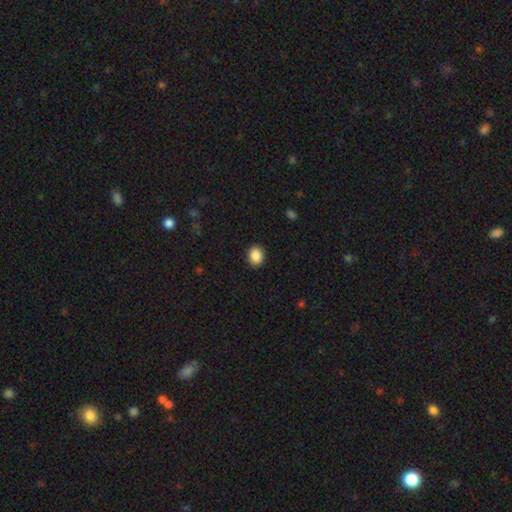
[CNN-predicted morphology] Smooth or featured? smooth (89%)
How rounded? round (55%)
Merging? none (90%)